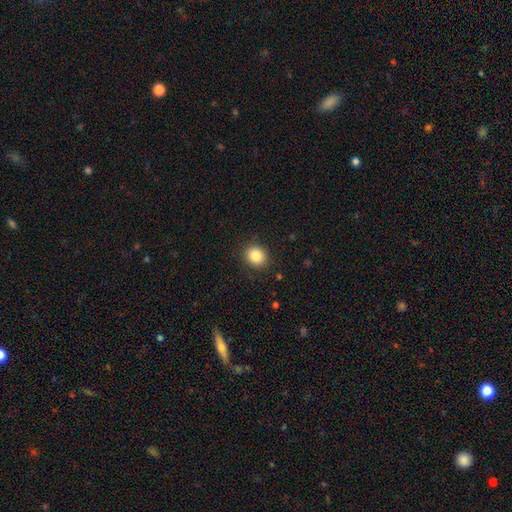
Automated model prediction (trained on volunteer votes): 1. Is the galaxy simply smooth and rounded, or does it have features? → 86% smooth, 10% star or artifact, 5% featured or disk.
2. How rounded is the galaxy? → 73% round, 26% in between, 1% cigar-shaped.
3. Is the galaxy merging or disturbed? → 89% none, 8% minor disturbance, 2% major disturbance, 1% merger.